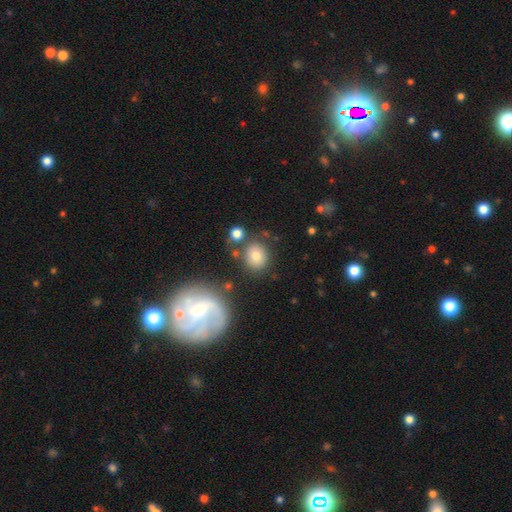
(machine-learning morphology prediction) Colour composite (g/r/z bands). It shows a smooth galaxy with no disk features (76%) that is round (68%). Merging: none (76%).